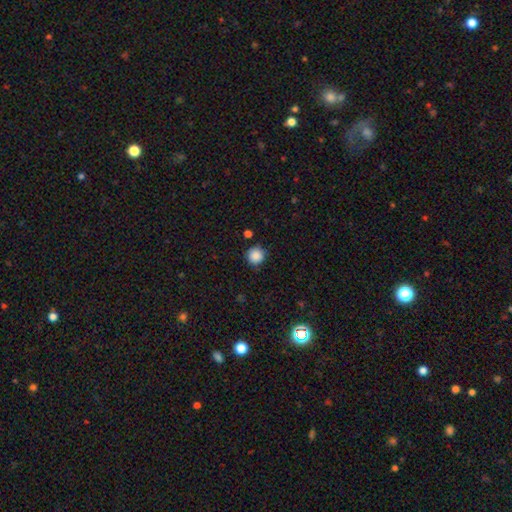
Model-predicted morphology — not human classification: A smooth galaxy with no disk features (87%) that is round (95%). Merging: none (86%).